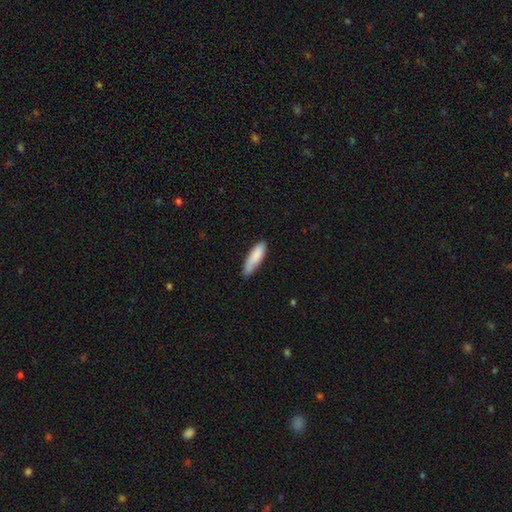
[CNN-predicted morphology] Smooth or featured? Predicted: smooth (p=0.84). How rounded? Predicted: cigar-shaped (p=0.60). Merging? Predicted: none (p=0.65).